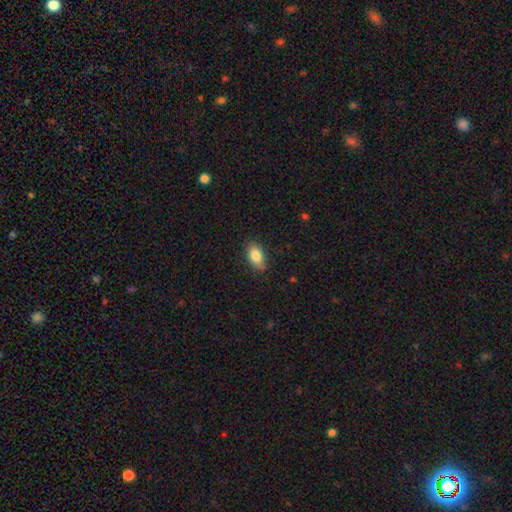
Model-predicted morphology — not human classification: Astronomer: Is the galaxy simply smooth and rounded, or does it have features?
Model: smooth — 83%.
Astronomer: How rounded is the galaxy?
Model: in between — 90%.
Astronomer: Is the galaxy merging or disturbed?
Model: none — 84%.